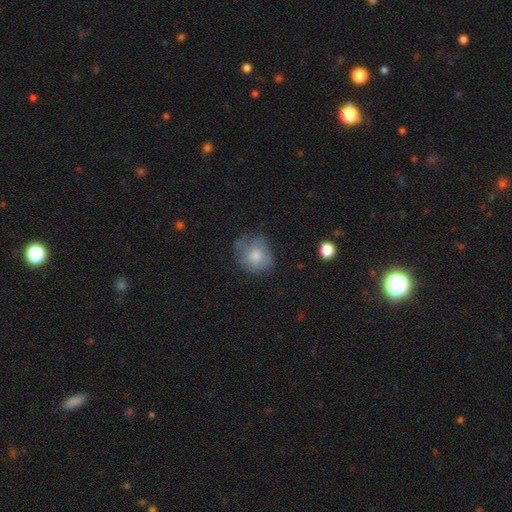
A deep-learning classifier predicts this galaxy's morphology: Overall: smooth (72%). How rounded: round (72%). Merging: none (47%; minor disturbance 34%).